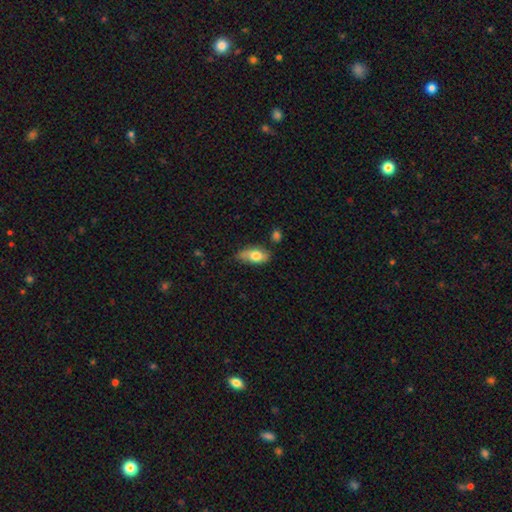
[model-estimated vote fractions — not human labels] The model was most divided on "merging": none: 61%, minor disturbance: 29%, major disturbance: 6%, merger: 5%. More confident: how rounded — in between (87%); smooth or featured — smooth (74%).